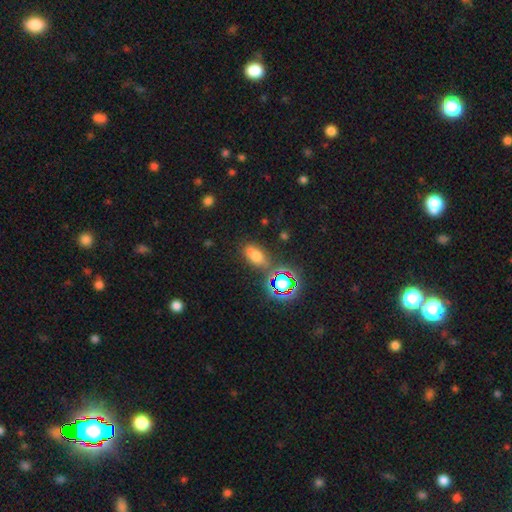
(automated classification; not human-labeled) Smooth or featured?
  - smooth: 58% *
  - star or artifact: 29%
  - featured or disk: 13%
How rounded?
  - in between: 74% *
  - round: 19%
  - cigar-shaped: 7%
Merging?
  - none: 56% *
  - merger: 20%
  - minor disturbance: 17%
  - major disturbance: 7%